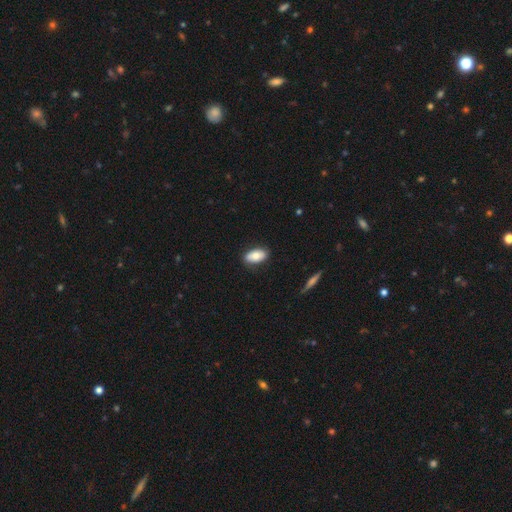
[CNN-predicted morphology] This is likely a smooth galaxy (76%). How rounded: clearly in between (93%). Merging: clearly none (83%).